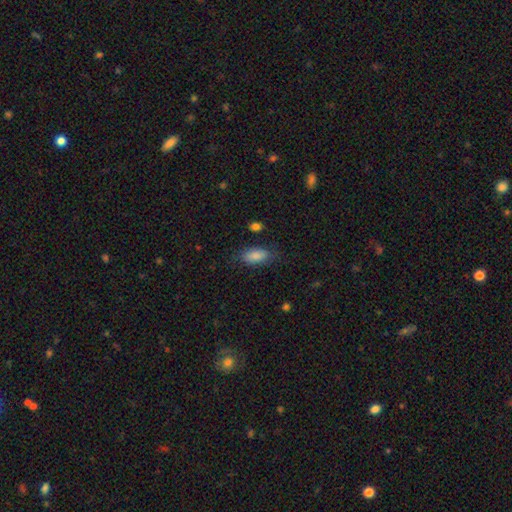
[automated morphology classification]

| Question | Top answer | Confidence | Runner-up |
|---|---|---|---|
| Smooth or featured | smooth | 86% | featured or disk (7%) |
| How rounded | in between | 88% | cigar-shaped (8%) |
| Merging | none | 74% | minor disturbance (18%) |